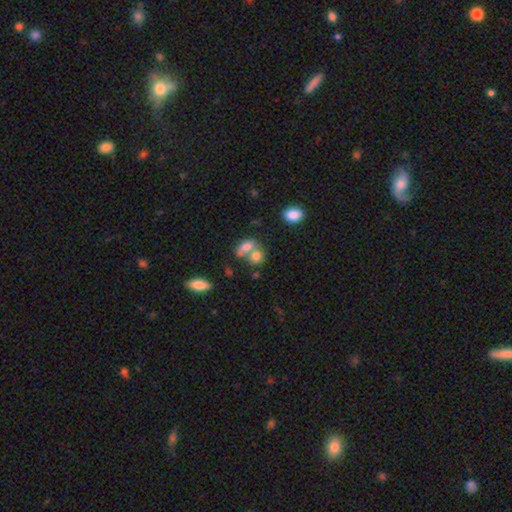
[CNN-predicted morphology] Overall: smooth (76%). How rounded: in between (53%; round 45%). Merging: merger (54%; none 32%).